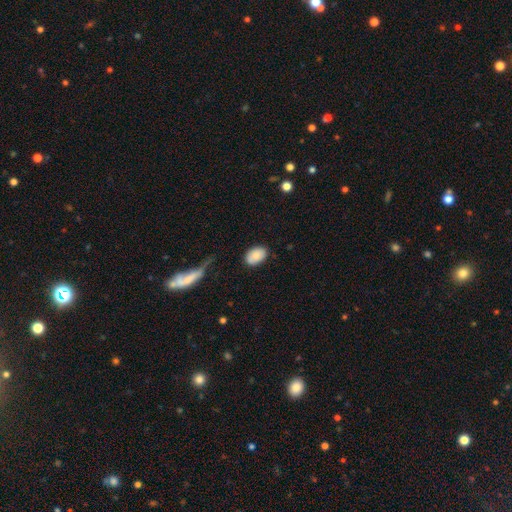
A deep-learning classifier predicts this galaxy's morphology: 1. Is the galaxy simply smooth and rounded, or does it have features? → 85% smooth, 7% featured or disk, 7% star or artifact.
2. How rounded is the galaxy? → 86% in between, 13% round, 1% cigar-shaped.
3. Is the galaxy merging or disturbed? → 76% none, 16% minor disturbance, 4% major disturbance, 3% merger.